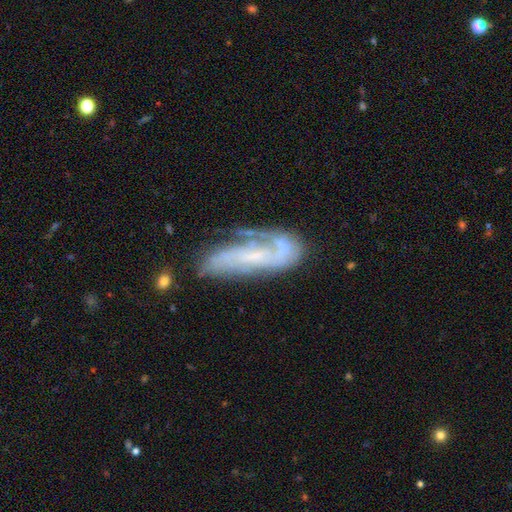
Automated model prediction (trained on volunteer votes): This is likely a featured or disk galaxy (73%). It is clearly not viewed edge-on (85%). Bar: possibly no (49%). Spiral arm pattern: clearly yes (85%). Spiral arm count: possibly 2 (49%). Spiral winding: marginally medium (39%). Central bulge: likely small (61%). Merging: possibly none (54%).